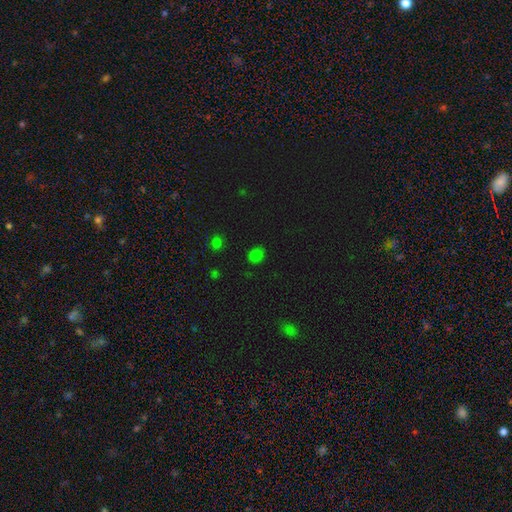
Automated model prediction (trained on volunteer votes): Smooth or featured? Predicted: smooth (p=0.73). How rounded? Predicted: round (p=0.60). Merging? Predicted: none (p=0.83).